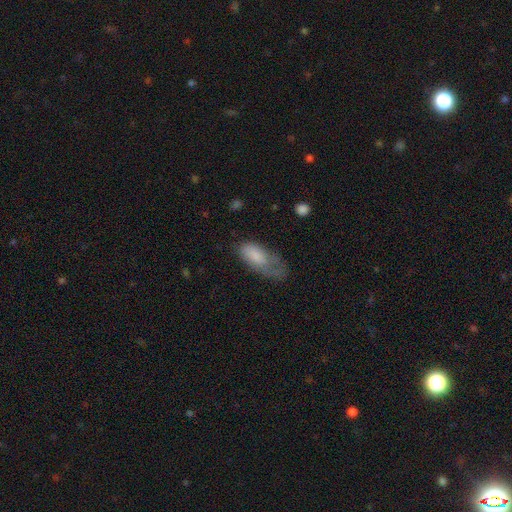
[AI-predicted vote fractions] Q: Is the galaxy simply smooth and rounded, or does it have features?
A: smooth — 73%.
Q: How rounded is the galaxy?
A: in between — 88%.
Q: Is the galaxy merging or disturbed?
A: major disturbance — 38%.